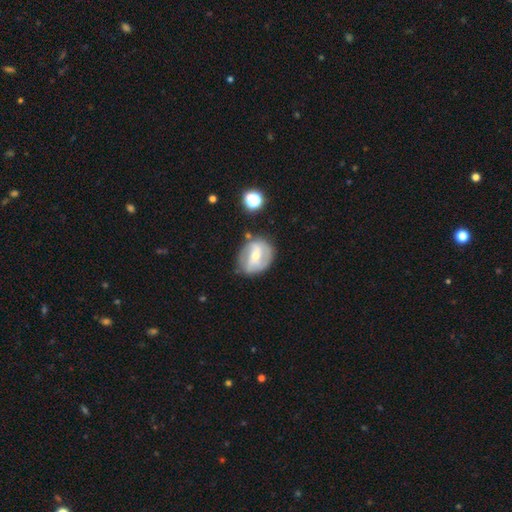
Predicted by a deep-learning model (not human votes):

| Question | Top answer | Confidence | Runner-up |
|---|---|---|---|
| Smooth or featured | featured or disk | 67% | smooth (26%) |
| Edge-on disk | no | 96% | yes (4%) |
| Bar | weak | 40% | no (32%) |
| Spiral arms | yes | 76% | no (24%) |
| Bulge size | small | 50% | moderate (46%) |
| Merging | none | 64% | minor disturbance (22%) |